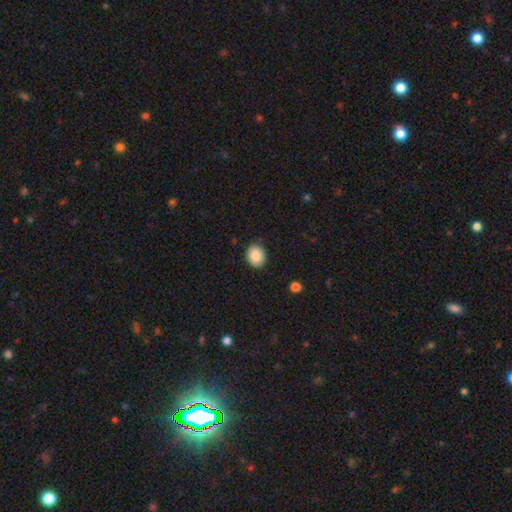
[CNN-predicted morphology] Overall: smooth (87%). How rounded: round (51%; in between 48%). Merging: none (88%).